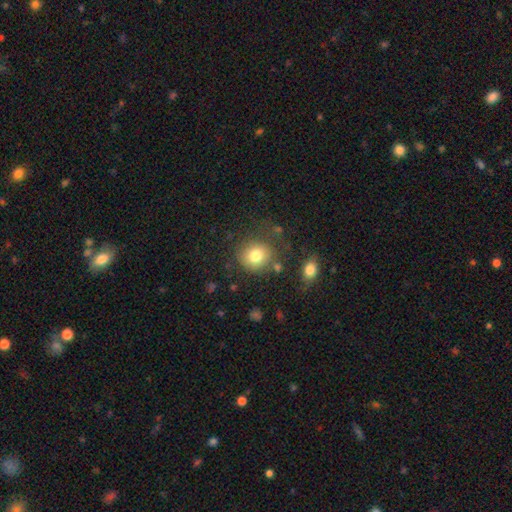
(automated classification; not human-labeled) A smooth galaxy with no disk features (80%) that is round (82%).

Vote fractions:
- Smooth or featured? smooth: 80% / featured or disk: 10% / star or artifact: 10%
- How rounded? round: 82% / in between: 17% / cigar-shaped: 1%
- Merging? none: 75% / minor disturbance: 13% / major disturbance: 6% / merger: 6%